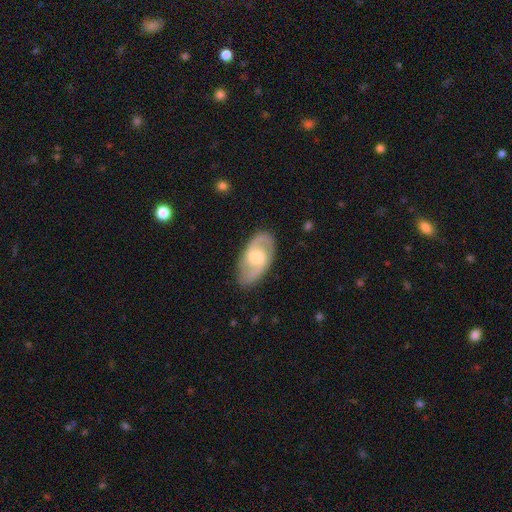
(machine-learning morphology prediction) Smooth or featured? featured or disk (81%)
Edge-on disk? no (96%)
Bar? weak (49%)
Spiral arms? yes (94%)
Spiral winding? medium (54%)
Spiral arm count? 2 (90%)
Bulge size? moderate (59%)
Merging? none (84%)